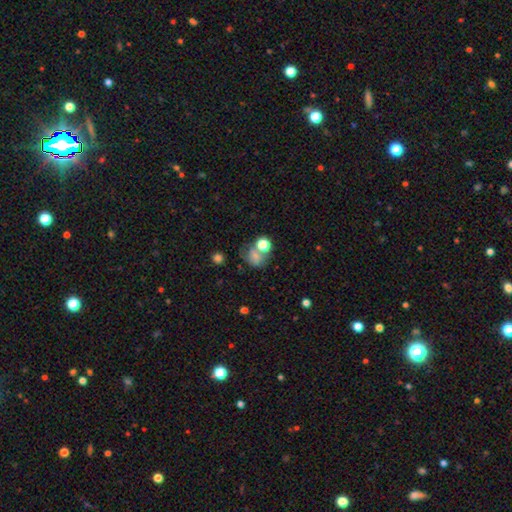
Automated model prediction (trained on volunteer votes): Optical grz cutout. It shows a smooth galaxy with no disk features (61%) that is round (63%). Merging: none (37%).